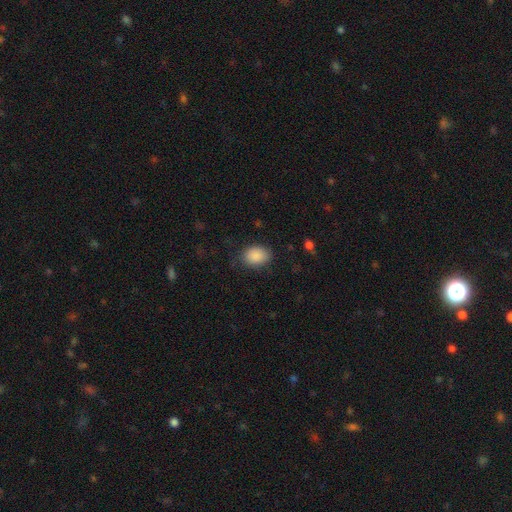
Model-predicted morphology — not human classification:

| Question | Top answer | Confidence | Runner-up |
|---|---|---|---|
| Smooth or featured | smooth | 89% | star or artifact (8%) |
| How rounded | in between | 70% | round (29%) |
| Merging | none | 78% | minor disturbance (16%) |